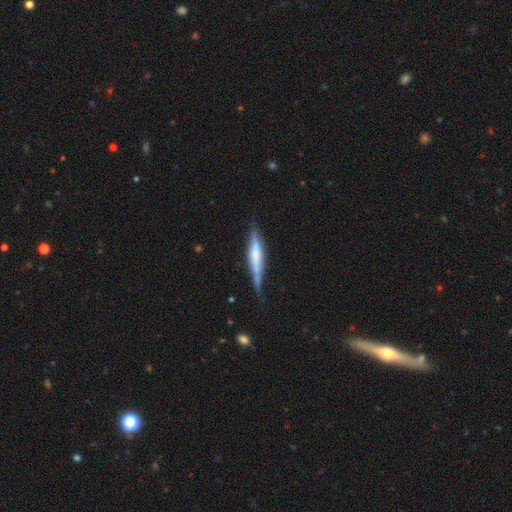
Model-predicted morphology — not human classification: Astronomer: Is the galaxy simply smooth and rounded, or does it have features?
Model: featured or disk — 57% (runner-up: smooth, 37%).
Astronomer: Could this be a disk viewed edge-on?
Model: yes — 94%.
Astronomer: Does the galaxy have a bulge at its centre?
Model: boxy — 40% (runner-up: rounded, 31%).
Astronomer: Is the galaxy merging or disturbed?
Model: none — 68%.